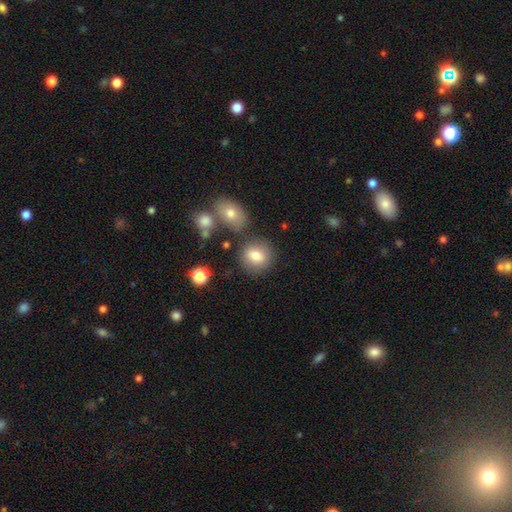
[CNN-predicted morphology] A smooth galaxy with no disk features (79%) that is round (78%).

Vote fractions:
- Smooth or featured? smooth: 79% / featured or disk: 12% / star or artifact: 9%
- How rounded? round: 78% / in between: 21% / cigar-shaped: 1%
- Merging? none: 75% / minor disturbance: 11% / merger: 9% / major disturbance: 4%